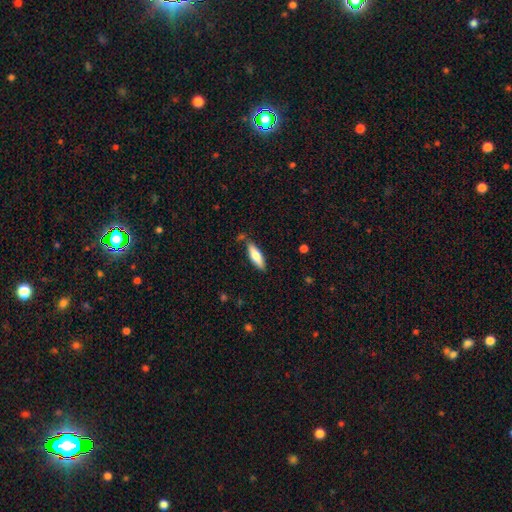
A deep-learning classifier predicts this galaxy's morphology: Overall: smooth (74%). How rounded: cigar-shaped (55%; in between 43%). Merging: none (77%).